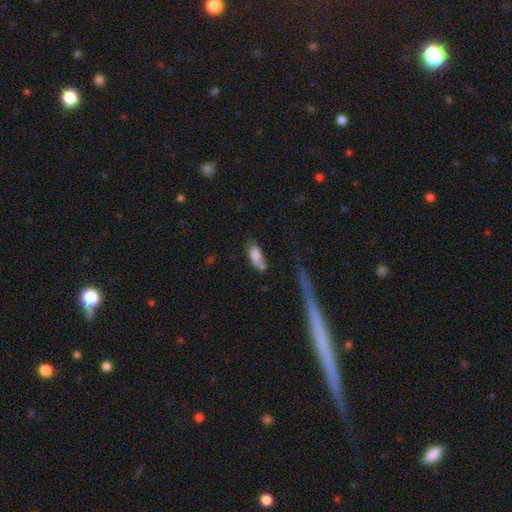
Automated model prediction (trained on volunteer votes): A smooth galaxy with no disk features (78%) that is in between round and cigar-shaped (81%).

Vote fractions:
- Smooth or featured? smooth: 78% / featured or disk: 14% / star or artifact: 8%
- How rounded? in between: 81% / cigar-shaped: 15% / round: 3%
- Merging? none: 43% / minor disturbance: 25% / merger: 21% / major disturbance: 11%